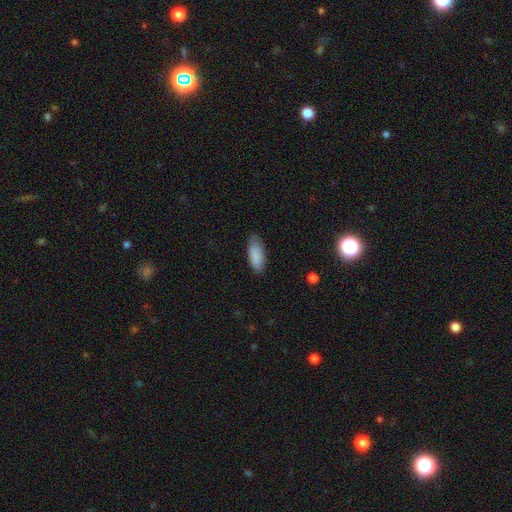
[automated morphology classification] Smooth or featured? smooth (87%)
How rounded? in between (81%)
Merging? none (76%)